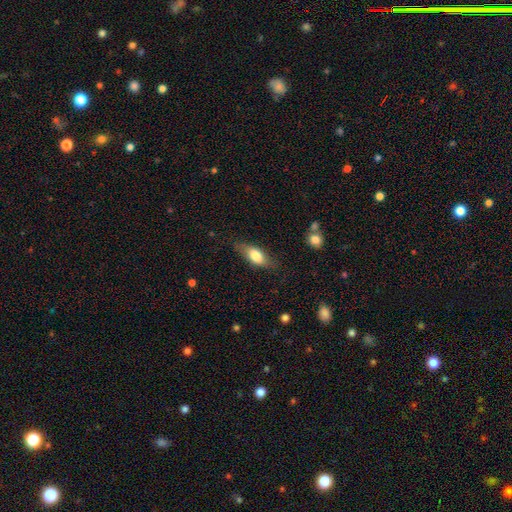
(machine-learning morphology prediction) This is likely a smooth galaxy (73%). How rounded: clearly in between (80%). Merging: likely none (69%).